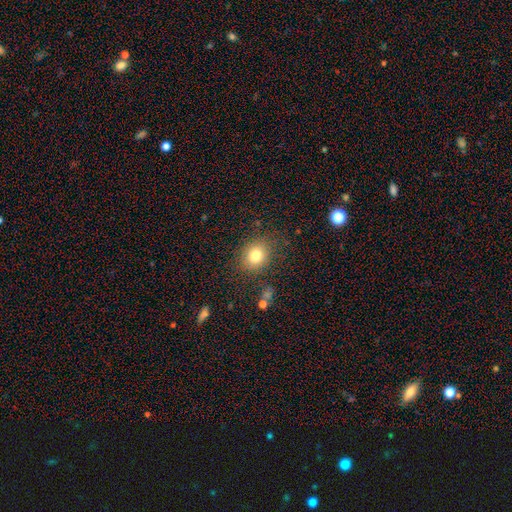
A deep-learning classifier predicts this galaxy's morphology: Smooth or featured?
  - smooth: 80% *
  - star or artifact: 11%
  - featured or disk: 9%
How rounded?
  - round: 59% *
  - in between: 40%
  - cigar-shaped: 1%
Merging?
  - none: 81% *
  - minor disturbance: 12%
  - major disturbance: 5%
  - merger: 2%